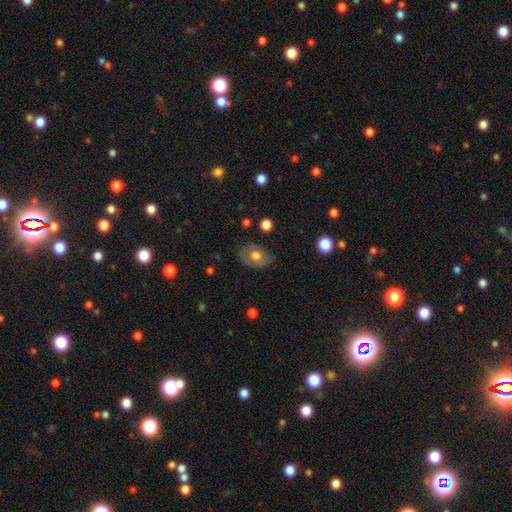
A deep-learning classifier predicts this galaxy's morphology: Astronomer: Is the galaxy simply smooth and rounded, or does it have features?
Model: smooth — 60%.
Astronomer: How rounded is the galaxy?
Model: in between — 72%.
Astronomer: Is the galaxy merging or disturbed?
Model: none — 71%.